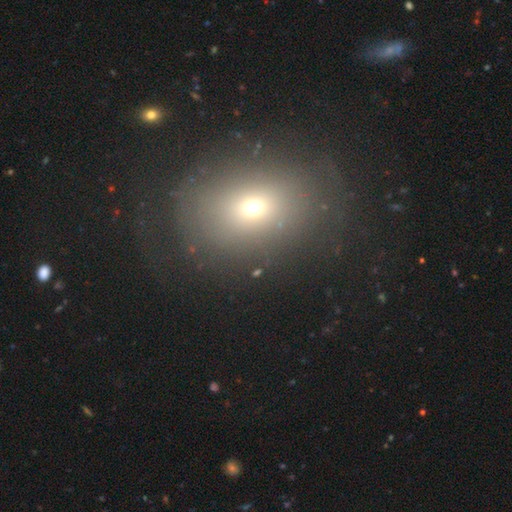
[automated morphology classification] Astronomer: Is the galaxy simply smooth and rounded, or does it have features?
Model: smooth — 62%.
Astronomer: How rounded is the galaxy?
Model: in between — 55% (runner-up: round, 44%).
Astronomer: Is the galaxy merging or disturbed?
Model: none — 79%.